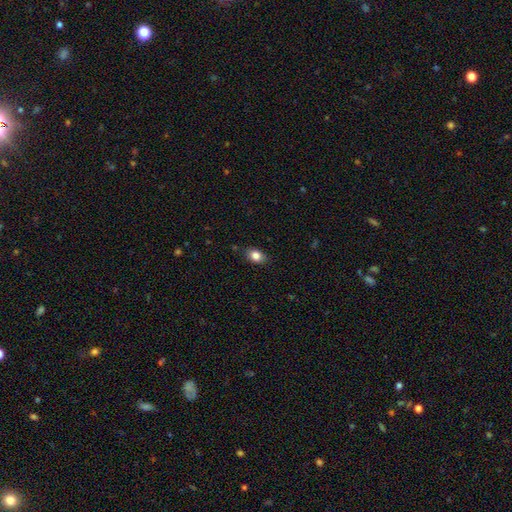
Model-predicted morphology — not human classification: Smooth or featured: smooth — 83% (star or artifact — 9%)
How rounded: in between — 77% (round — 21%)
Merging: none — 85% (minor disturbance — 12%)